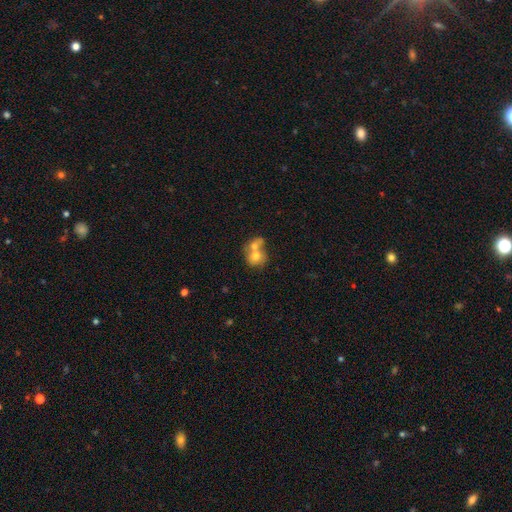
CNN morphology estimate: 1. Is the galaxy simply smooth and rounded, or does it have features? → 67% smooth, 23% featured or disk, 9% star or artifact.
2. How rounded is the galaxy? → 70% round, 29% in between, 1% cigar-shaped.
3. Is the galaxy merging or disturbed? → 70% merger, 21% none, 6% minor disturbance, 3% major disturbance.